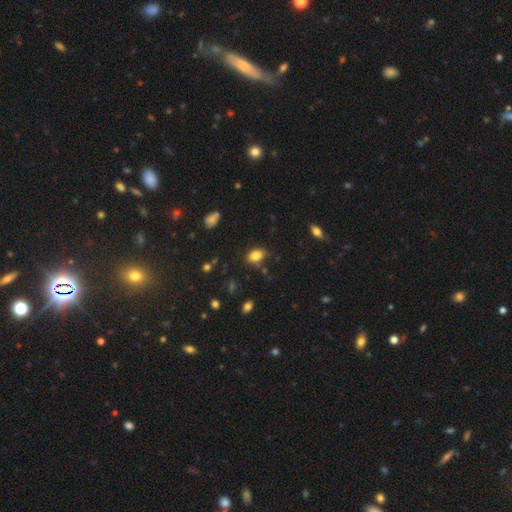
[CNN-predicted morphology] smooth 82%, star or artifact 10%, featured or disk 8%. Down the decision tree: how rounded — in between (82%); merging — none (76%).